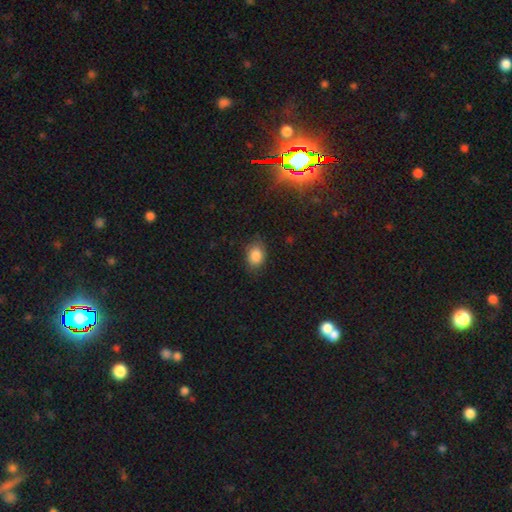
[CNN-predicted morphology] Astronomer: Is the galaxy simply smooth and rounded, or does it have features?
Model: smooth — 85%.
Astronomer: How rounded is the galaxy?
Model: in between — 74%.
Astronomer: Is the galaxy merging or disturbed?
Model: none — 80%.